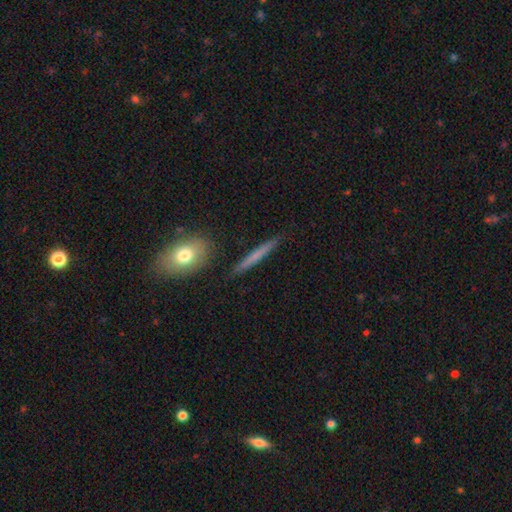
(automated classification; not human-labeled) The model was most divided on "smooth or featured": smooth: 61%, featured or disk: 33%, star or artifact: 6%. More confident: how rounded — cigar-shaped (93%); merging — none (89%).